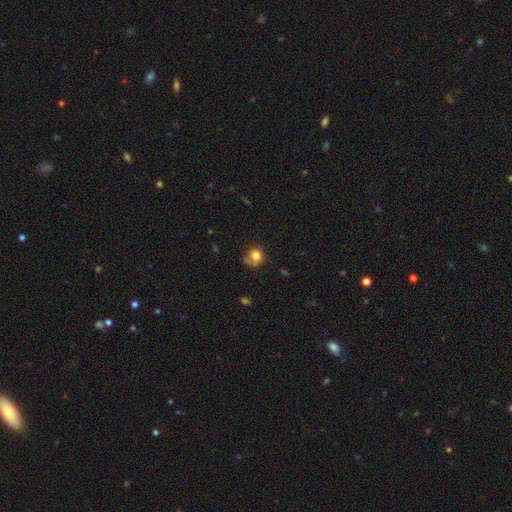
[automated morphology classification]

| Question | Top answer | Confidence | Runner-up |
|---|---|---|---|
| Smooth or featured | smooth | 78% | featured or disk (12%) |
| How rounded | round | 74% | in between (25%) |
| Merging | none | 50% | minor disturbance (28%) |